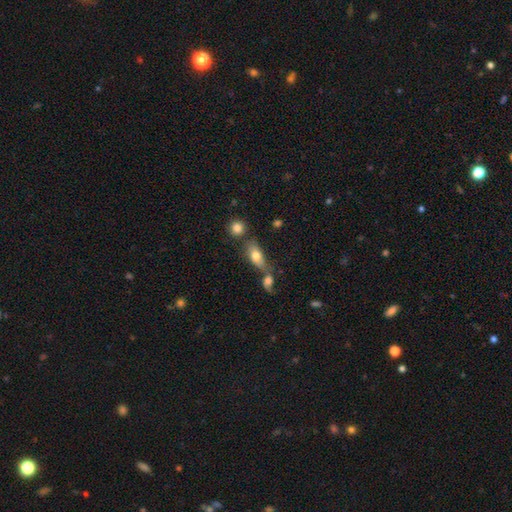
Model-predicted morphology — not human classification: Q: Smooth or featured?
A: smooth (74%); runner-up: featured or disk (18%)
Q: How rounded?
A: in between (83%); runner-up: cigar-shaped (9%)
Q: Merging?
A: none (47%); runner-up: merger (32%)